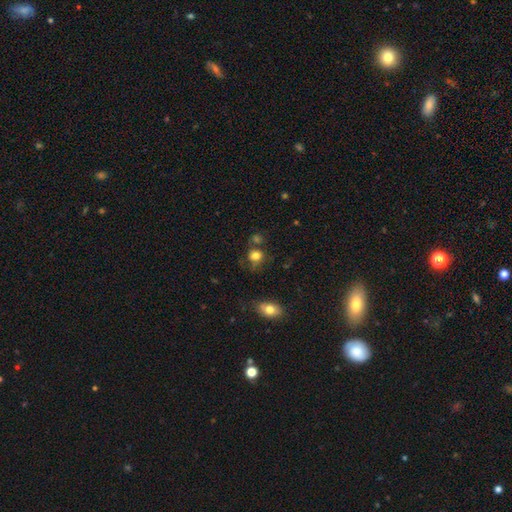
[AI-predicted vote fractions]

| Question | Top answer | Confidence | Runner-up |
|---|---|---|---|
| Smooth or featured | smooth | 77% | star or artifact (13%) |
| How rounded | round | 79% | in between (20%) |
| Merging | none | 60% | minor disturbance (18%) |